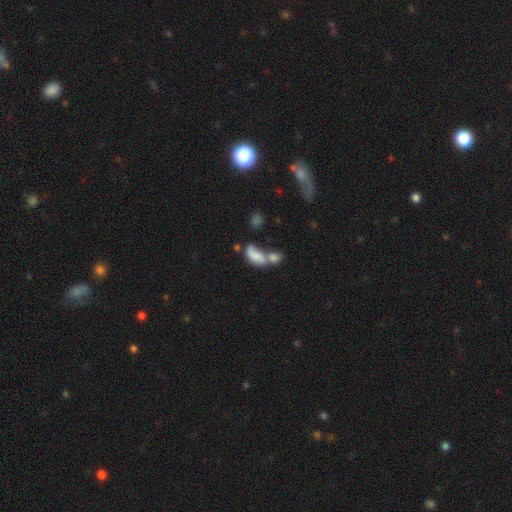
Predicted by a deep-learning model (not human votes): Morphology: type=smooth (69%); roundness=in between (88%); merging=merger (65%).